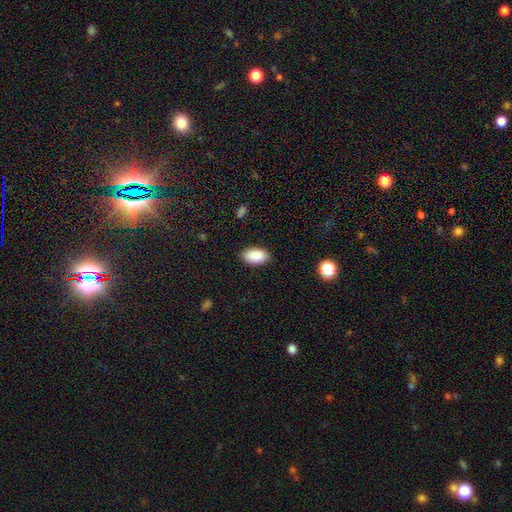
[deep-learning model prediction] The model was most divided on "merging": none: 87%, minor disturbance: 10%, major disturbance: 2%, merger: 1%. More confident: how rounded — in between (95%); smooth or featured — smooth (90%).